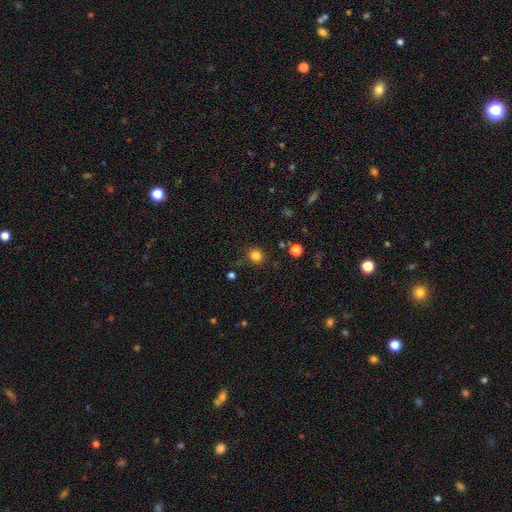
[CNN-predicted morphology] Smooth or featured? Predicted: smooth (p=0.82). How rounded? Predicted: round (p=0.84). Merging? Predicted: none (p=0.82).